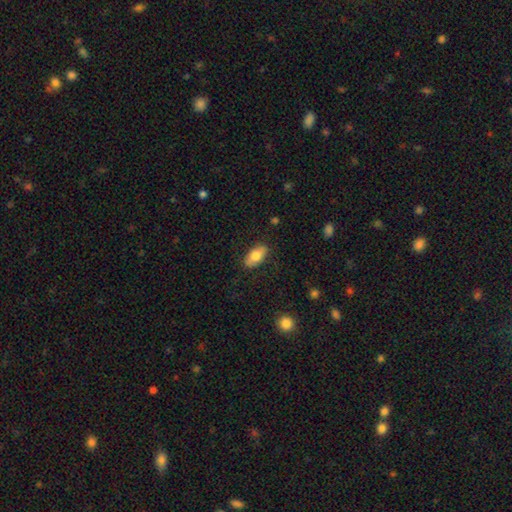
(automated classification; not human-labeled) Q: Smooth or featured?
A: smooth (73%); runner-up: featured or disk (21%)
Q: How rounded?
A: in between (91%); runner-up: cigar-shaped (5%)
Q: Merging?
A: none (84%); runner-up: minor disturbance (12%)